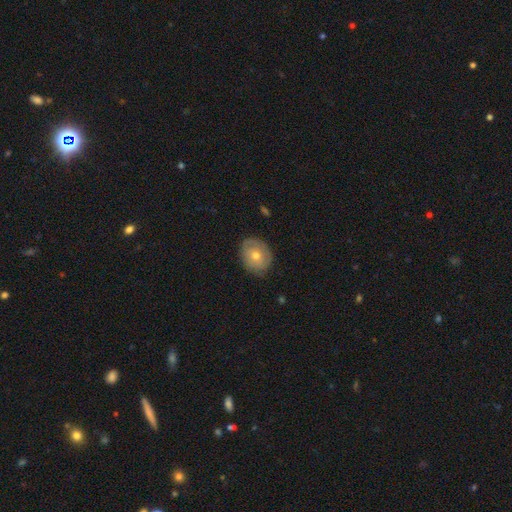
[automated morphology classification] Smooth or featured? smooth (52%)
How rounded? round (60%)
Merging? none (79%)